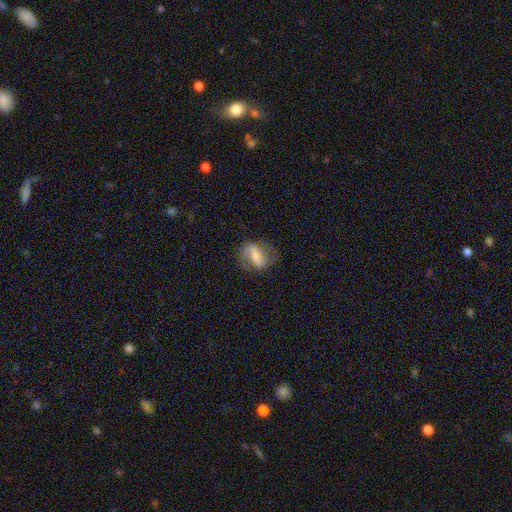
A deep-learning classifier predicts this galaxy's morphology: smooth-or-featured: featured or disk: 66% | smooth: 27% | star or artifact: 7%
  disk-edge-on: no: 95% | yes: 5%
    bar: strong: 42% | weak: 39% | no: 19%
    has-spiral-arms: yes: 84% | no: 16%
      spiral-winding: medium: 44% | loose: 35% | tight: 21%
      spiral-arm-count: 2: 84% | can't tell: 8% | 1: 6% | 3: 1% | 4: 1% | more than 4: 1%
    bulge-size: moderate: 50% | small: 38% | large: 6% | none: 4% | dominant: 1%
  merging: none: 71% | minor disturbance: 18% | major disturbance: 9% | merger: 1%